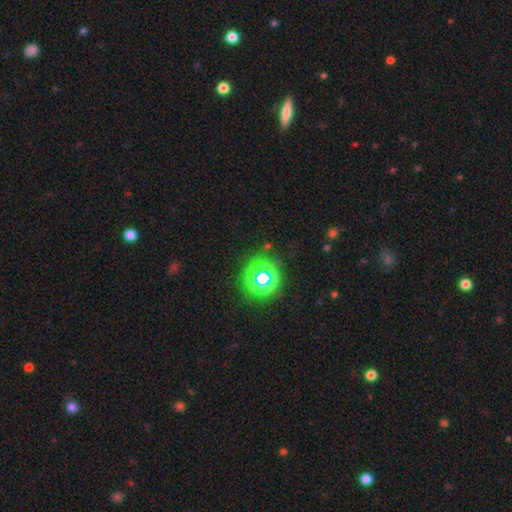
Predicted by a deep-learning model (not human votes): Overall: smooth (53%; star or artifact 40%). How rounded: round (92%). Merging: none (90%).